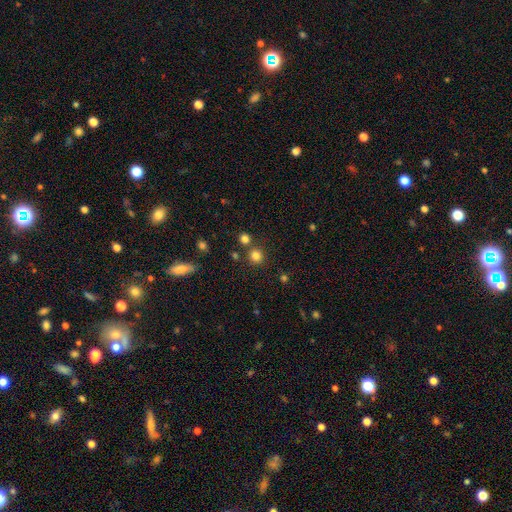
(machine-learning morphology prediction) This appears to be a smooth galaxy with no disk features (80%) that is round (91%). Merging: none (79%).